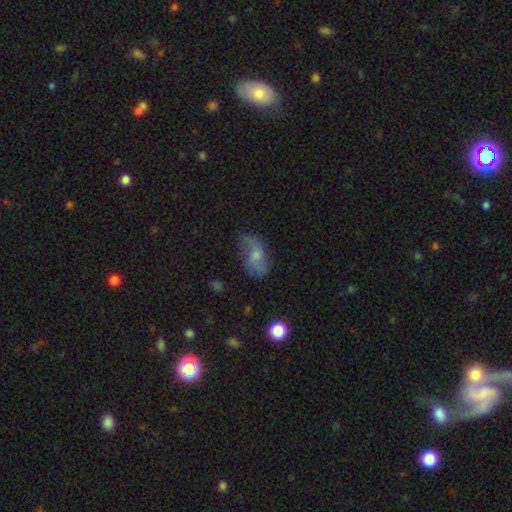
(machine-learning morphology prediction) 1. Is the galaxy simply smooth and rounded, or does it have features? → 47% featured or disk, 44% smooth, 10% star or artifact.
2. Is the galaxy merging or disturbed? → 52% none, 28% minor disturbance, 17% major disturbance, 3% merger.